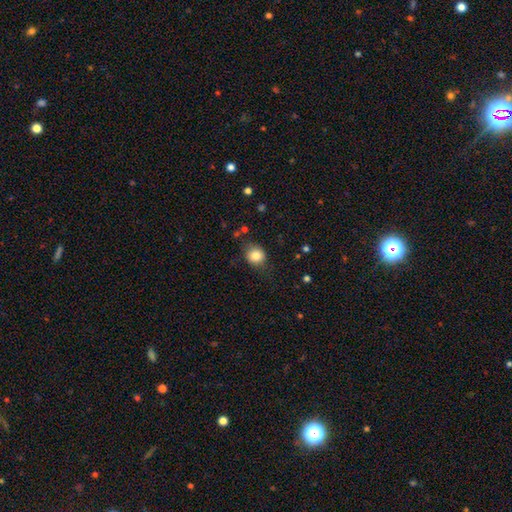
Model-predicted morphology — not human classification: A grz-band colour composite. It shows a smooth galaxy with no disk features (82%) that is round (75%). Merging: none (74%).